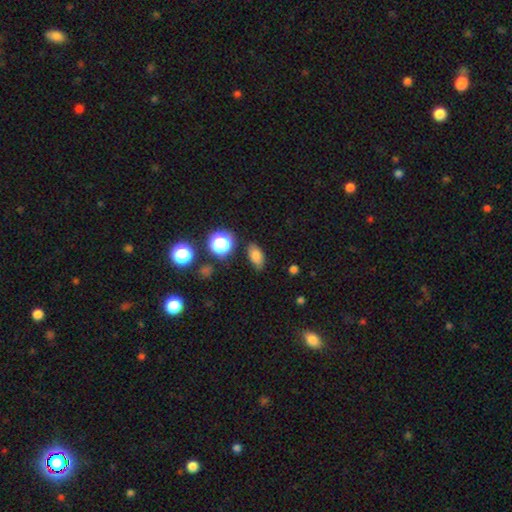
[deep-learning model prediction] Smooth or featured? Predicted: smooth (p=0.78). How rounded? Predicted: in between (p=0.84). Merging? Predicted: none (p=0.81).